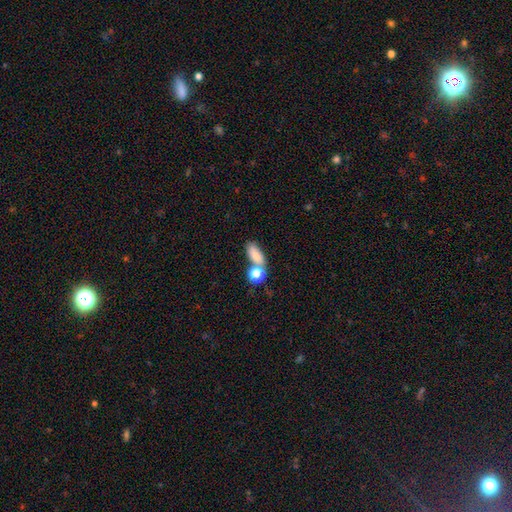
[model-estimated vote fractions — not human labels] The model was most divided on "merging": none: 49%, merger: 33%, minor disturbance: 12%, major disturbance: 6%. More confident: smooth or featured — smooth (80%); how rounded — in between (76%).